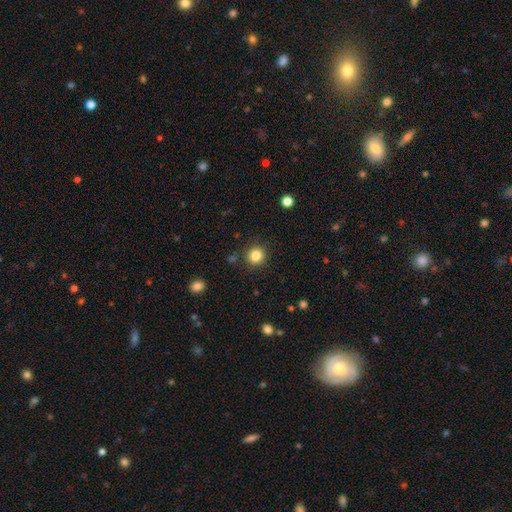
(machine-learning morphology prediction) Smooth or featured? smooth (84%)
How rounded? round (89%)
Merging? none (88%)